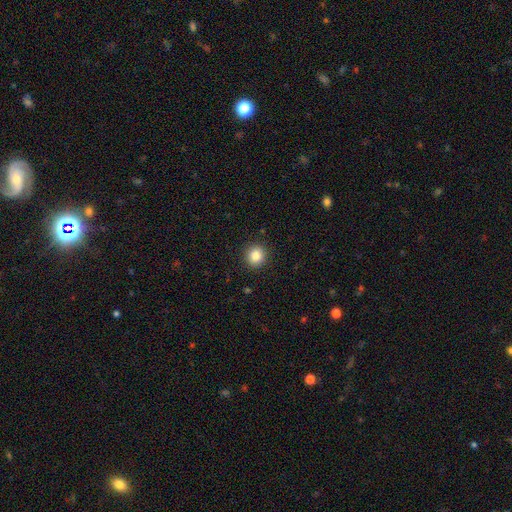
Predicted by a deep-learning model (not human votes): This appears to be a smooth galaxy with no disk features (84%) that is round (91%). Merging: none (92%).